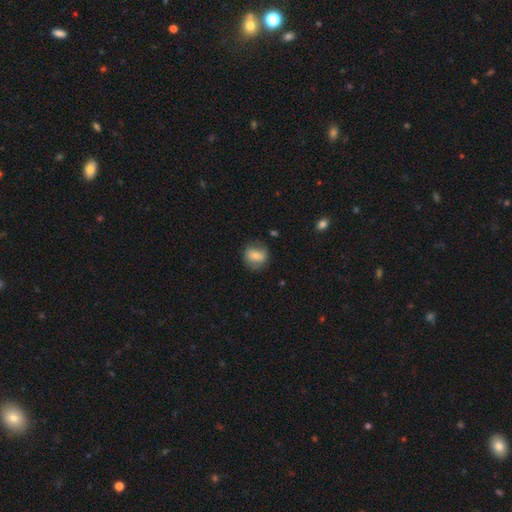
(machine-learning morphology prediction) This appears to be a smooth galaxy with no disk features (72%) that is round (61%). Merging: none (71%).